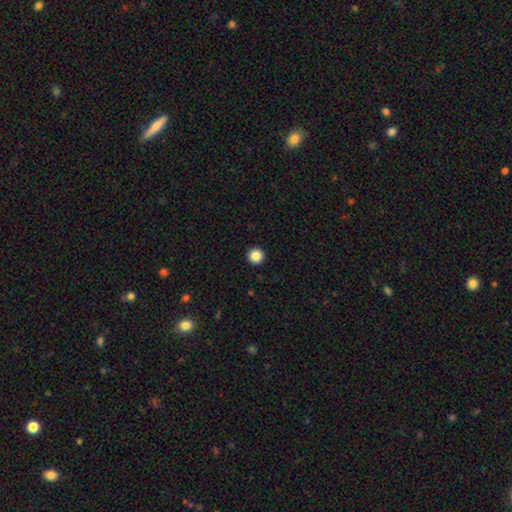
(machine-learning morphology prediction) This is clearly a smooth galaxy (86%). How rounded: clearly round (96%). Merging: clearly none (94%).